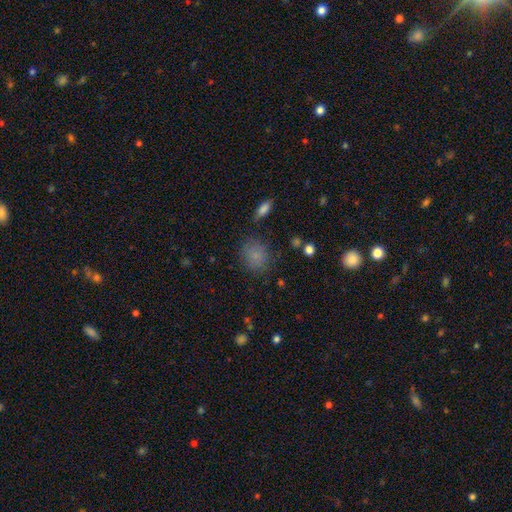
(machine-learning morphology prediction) smooth-or-featured: smooth: 79% | star or artifact: 14% | featured or disk: 7%
  how-rounded: round: 70% | in between: 29% | cigar-shaped: 1%
  merging: none: 78% | minor disturbance: 15% | major disturbance: 5% | merger: 2%